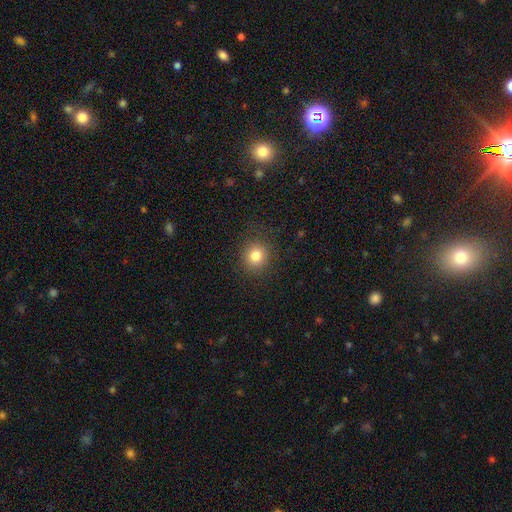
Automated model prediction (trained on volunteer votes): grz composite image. It shows a smooth galaxy with no disk features (82%) that is round (88%). Merging: none (88%).